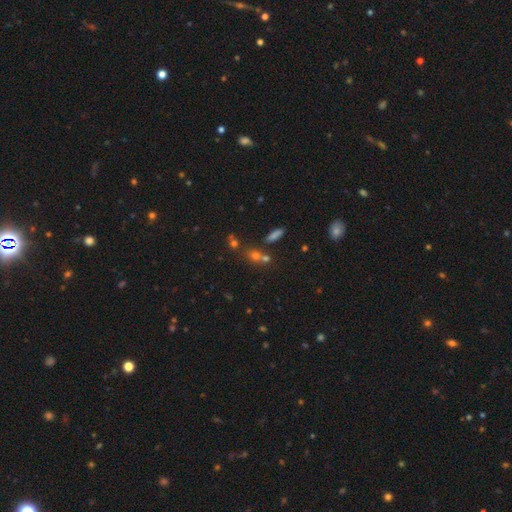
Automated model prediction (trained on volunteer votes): smooth_or_featured: smooth (p=0.52) [alt: star or artifact p=0.35]
how_rounded: round (p=0.65) [alt: in between p=0.29]
merging: none (p=0.57) [alt: merger p=0.30]